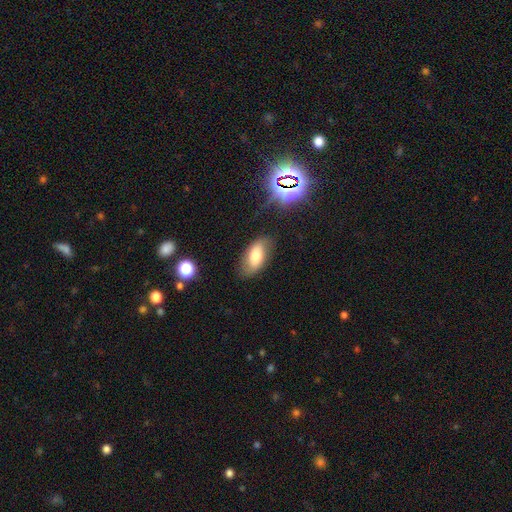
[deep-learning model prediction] A smooth galaxy with no disk features (65%) that is in between round and cigar-shaped (91%). Merging: none (74%).